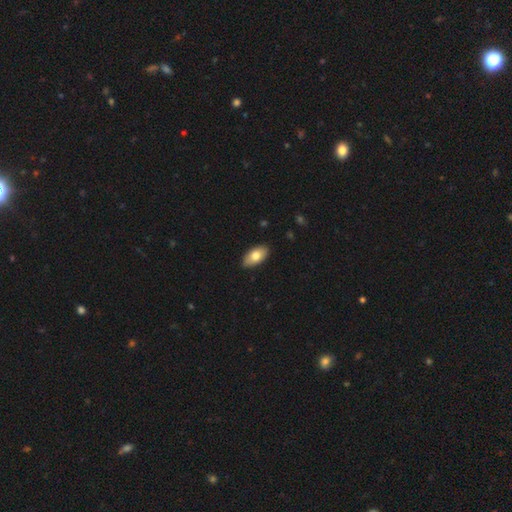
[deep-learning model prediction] Smooth or featured? Predicted: smooth (p=0.76). How rounded? Predicted: in between (p=0.93). Merging? Predicted: none (p=0.87).